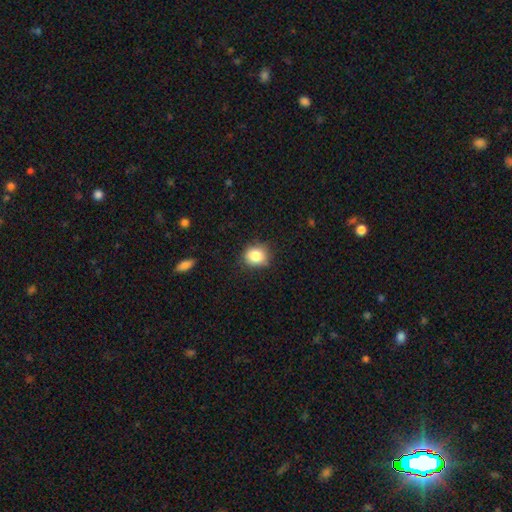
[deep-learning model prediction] Smooth or featured? Predicted: smooth (p=0.83). How rounded? Predicted: round (p=0.74). Merging? Predicted: none (p=0.82).